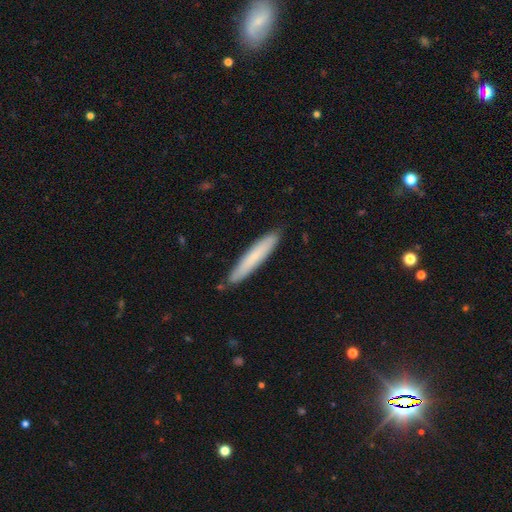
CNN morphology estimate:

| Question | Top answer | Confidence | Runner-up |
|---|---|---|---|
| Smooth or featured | smooth | 67% | featured or disk (24%) |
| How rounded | cigar-shaped | 93% | in between (6%) |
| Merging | none | 87% | minor disturbance (10%) |